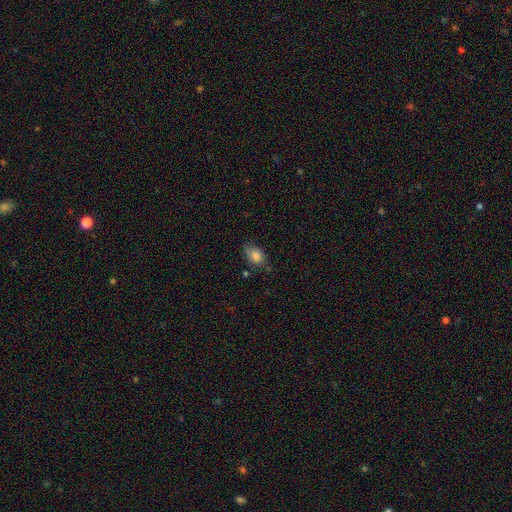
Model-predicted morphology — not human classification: Overall: smooth (80%). How rounded: in between (87%). Merging: none (64%; minor disturbance 27%).